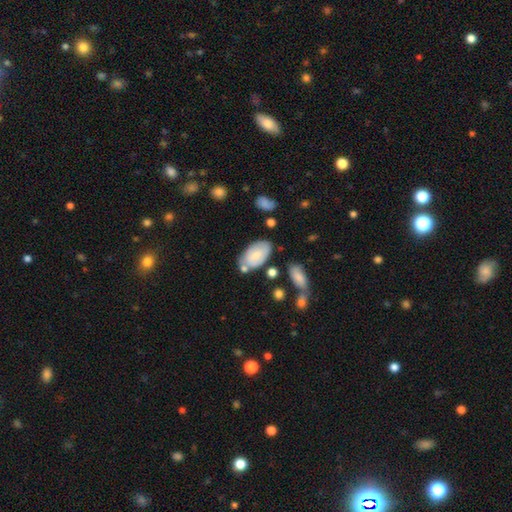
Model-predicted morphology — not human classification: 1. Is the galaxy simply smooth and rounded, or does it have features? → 62% smooth, 31% featured or disk, 6% star or artifact.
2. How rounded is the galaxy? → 94% in between, 5% round, 2% cigar-shaped.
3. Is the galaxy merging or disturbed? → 58% none, 23% minor disturbance, 12% merger, 7% major disturbance.